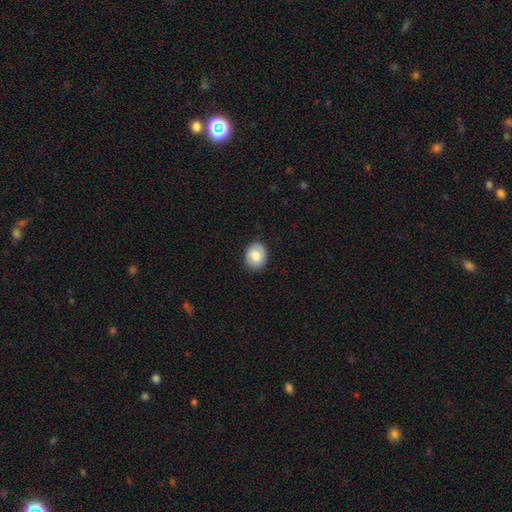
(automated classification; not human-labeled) Smooth or featured?
  - smooth: 74% *
  - featured or disk: 18%
  - star or artifact: 7%
How rounded?
  - round: 53% *
  - in between: 46%
  - cigar-shaped: 1%
Merging?
  - none: 85% *
  - minor disturbance: 11%
  - major disturbance: 2%
  - merger: 1%